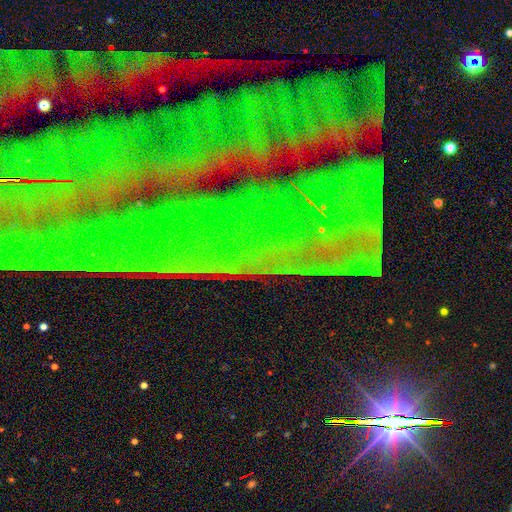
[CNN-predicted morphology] Overall: star or artifact (85%).